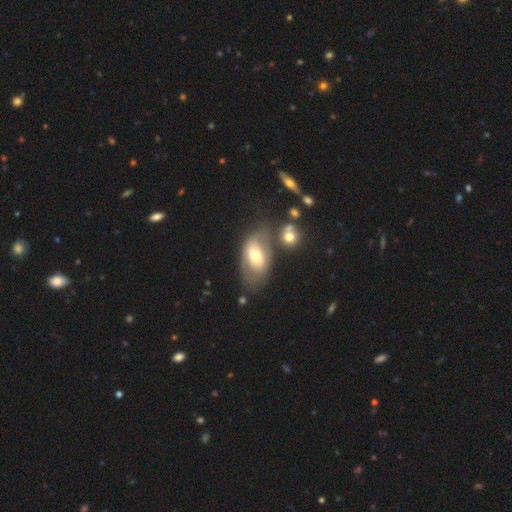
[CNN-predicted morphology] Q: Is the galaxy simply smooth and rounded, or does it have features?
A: featured or disk — 52%.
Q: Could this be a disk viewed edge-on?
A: no — 90%.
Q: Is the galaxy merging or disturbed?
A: none — 51%.